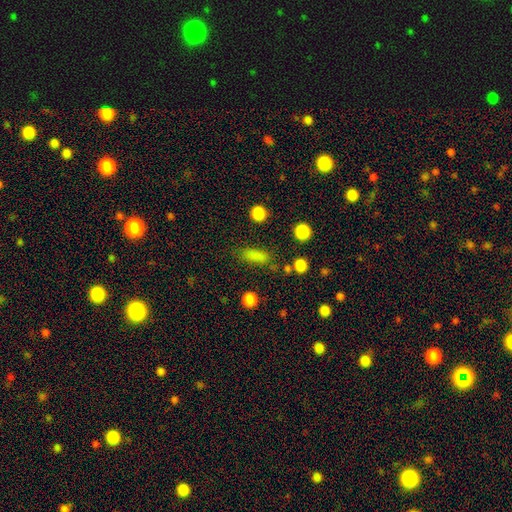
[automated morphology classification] smooth 80%, star or artifact 13%, featured or disk 7%. Down the decision tree: how rounded — in between (56%); merging — none (72%).